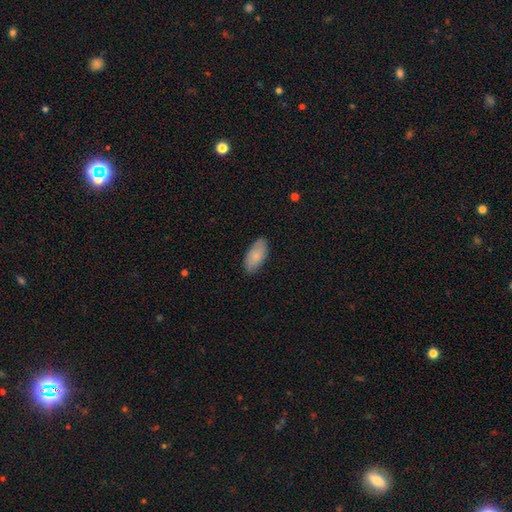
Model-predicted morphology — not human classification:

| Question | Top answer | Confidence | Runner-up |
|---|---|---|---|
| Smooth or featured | smooth | 84% | featured or disk (10%) |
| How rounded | in between | 92% | cigar-shaped (6%) |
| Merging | none | 85% | minor disturbance (11%) |